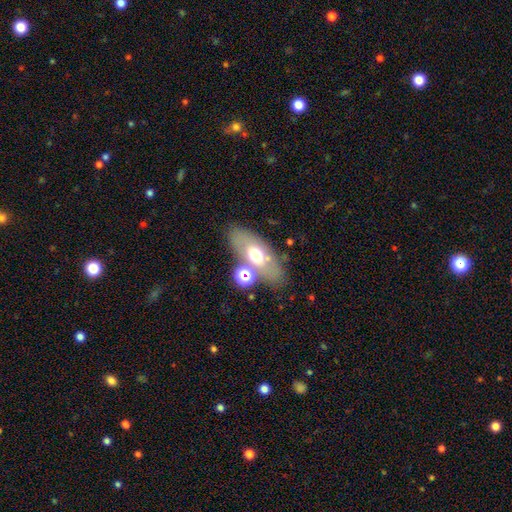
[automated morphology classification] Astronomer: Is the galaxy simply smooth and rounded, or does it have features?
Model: smooth — 53% (runner-up: featured or disk, 37%).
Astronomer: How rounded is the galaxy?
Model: in between — 81%.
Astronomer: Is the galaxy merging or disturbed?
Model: none — 69%.